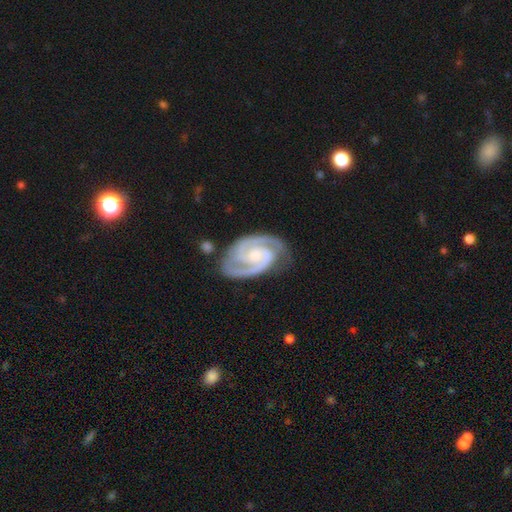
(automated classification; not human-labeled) A featured or disk galaxy (93%) with no bar (54%), 2 (91%) tight (60%) spiral arms (99%) and a moderate central bulge (42%).

Vote fractions:
- Smooth or featured? featured or disk: 93% / smooth: 4% / star or artifact: 3%
- Edge-on disk? no: 98% / yes: 2%
- Bar? no: 54% / weak: 34% / strong: 12%
- Spiral arms? yes: 99% / no: 1%
- Spiral winding? tight: 60% / medium: 36% / loose: 4%
- Spiral arm count? 2: 91% / 3: 4% / can't tell: 2% / 1: 1% / 4: 1% / more than 4: 1%
- Bulge size? moderate: 42% / small: 41% / none: 11% / large: 4% / dominant: 1%
- Merging? none: 77% / minor disturbance: 16% / major disturbance: 4% / merger: 3%